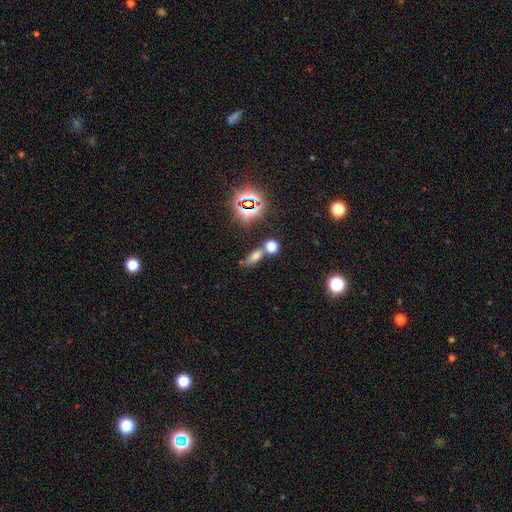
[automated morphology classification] Smooth or featured?
  - smooth: 55% *
  - star or artifact: 32%
  - featured or disk: 13%
How rounded?
  - in between: 66% *
  - cigar-shaped: 21%
  - round: 13%
Merging?
  - none: 60% *
  - merger: 19%
  - minor disturbance: 14%
  - major disturbance: 7%